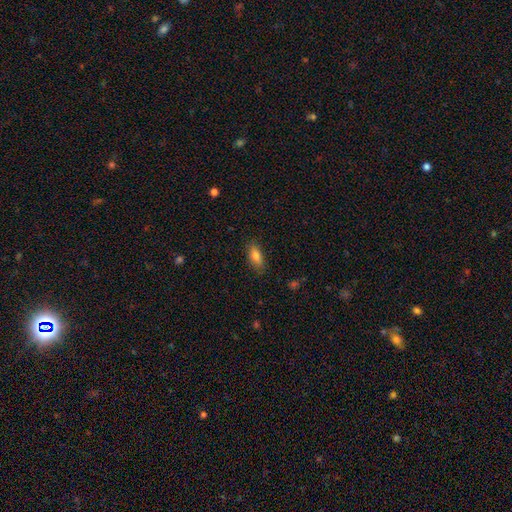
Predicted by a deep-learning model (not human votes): Q: Smooth or featured?
A: smooth (80%); runner-up: featured or disk (12%)
Q: How rounded?
A: in between (80%); runner-up: cigar-shaped (17%)
Q: Merging?
A: none (81%); runner-up: minor disturbance (15%)